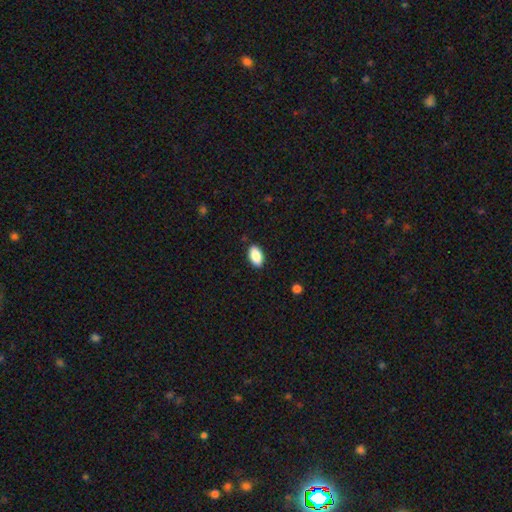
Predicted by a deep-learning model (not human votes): Smooth or featured? Predicted: smooth (p=0.89). How rounded? Predicted: in between (p=0.94). Merging? Predicted: none (p=0.88).